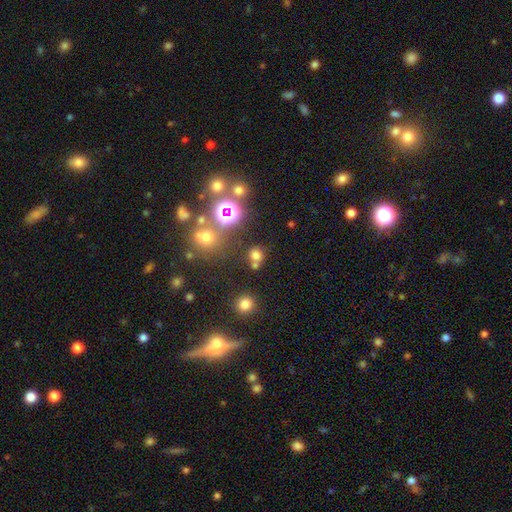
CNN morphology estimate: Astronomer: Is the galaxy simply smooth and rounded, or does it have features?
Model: smooth — 66%.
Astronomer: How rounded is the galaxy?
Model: round — 84%.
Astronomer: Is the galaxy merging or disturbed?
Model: none — 64%.